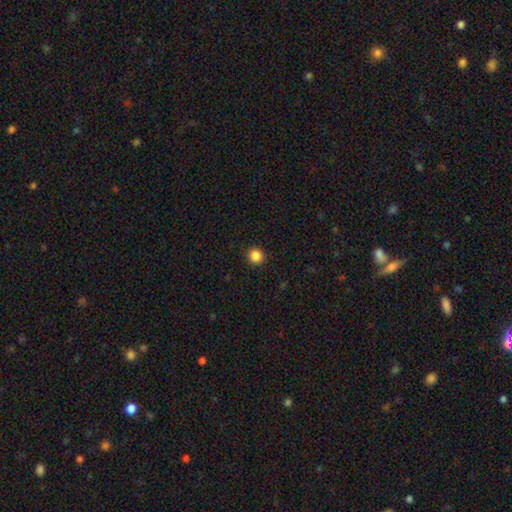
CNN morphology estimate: Smooth or featured?
  - smooth: 86% *
  - star or artifact: 11%
  - featured or disk: 3%
How rounded?
  - round: 93% *
  - in between: 6%
  - cigar-shaped: 1%
Merging?
  - none: 92% *
  - minor disturbance: 5%
  - major disturbance: 2%
  - merger: 1%